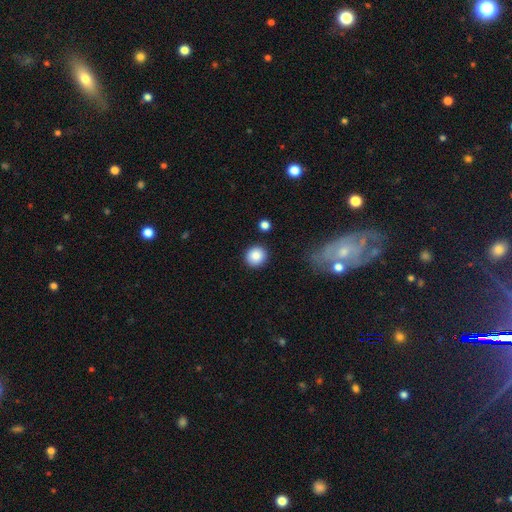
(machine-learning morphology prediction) type=smooth (86%); roundness=round (91%); merging=none (90%).